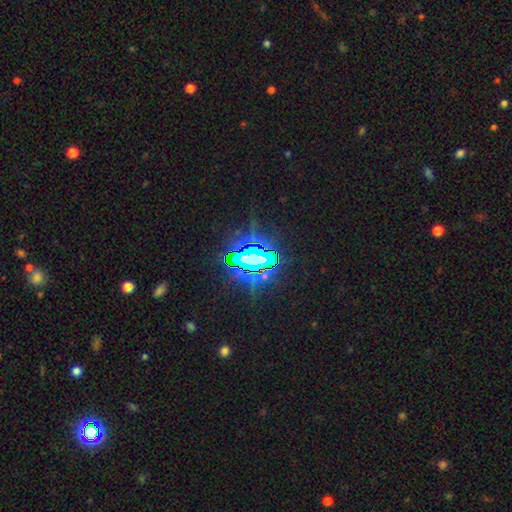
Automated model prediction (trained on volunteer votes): This appears to be a star or artifact, not a galaxy (76%).